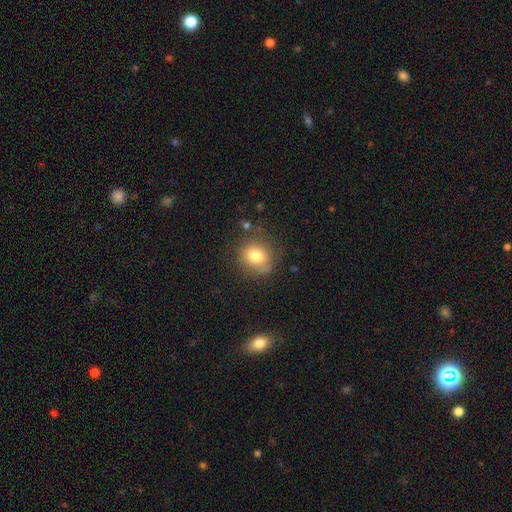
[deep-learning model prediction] This is likely a smooth galaxy (78%). How rounded: likely round (72%). Merging: likely none (72%).